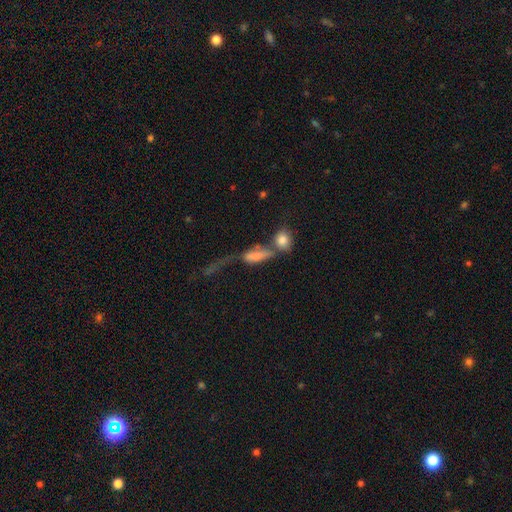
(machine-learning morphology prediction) Smooth or featured? Predicted: smooth (p=0.66). How rounded? Predicted: in between (p=0.58). Merging? Predicted: merger (p=0.47).